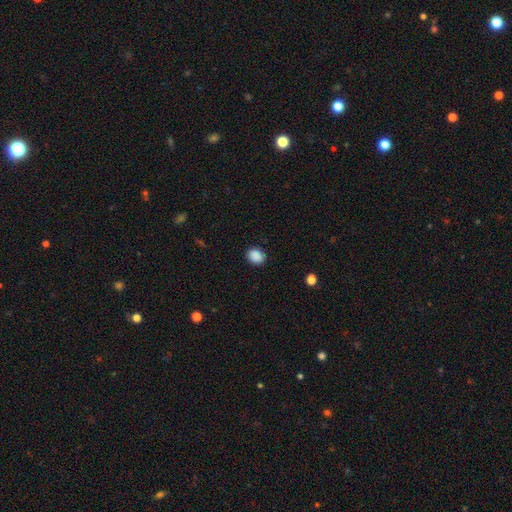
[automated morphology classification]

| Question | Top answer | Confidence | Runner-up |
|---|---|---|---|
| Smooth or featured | smooth | 89% | star or artifact (9%) |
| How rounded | in between | 52% | round (47%) |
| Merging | none | 88% | minor disturbance (9%) |